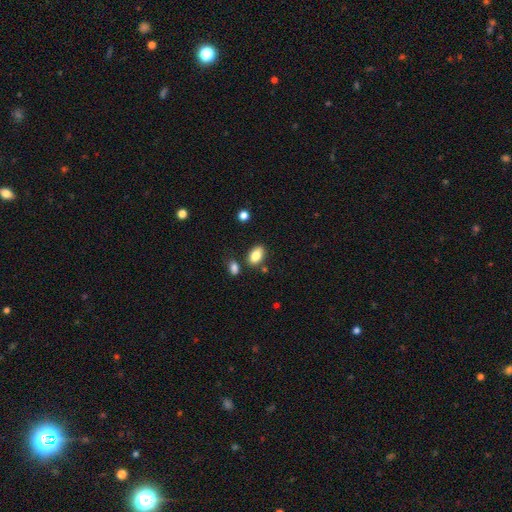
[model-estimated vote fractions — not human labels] This is clearly a smooth galaxy (83%). How rounded: clearly in between (88%). Merging: likely none (78%).